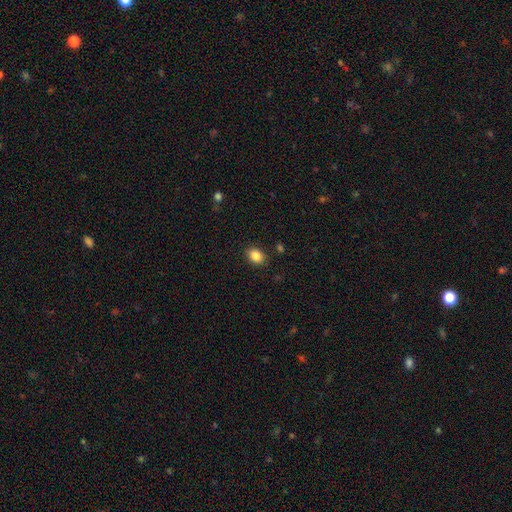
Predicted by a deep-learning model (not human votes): Smooth or featured? smooth (86%)
How rounded? in between (66%)
Merging? none (88%)